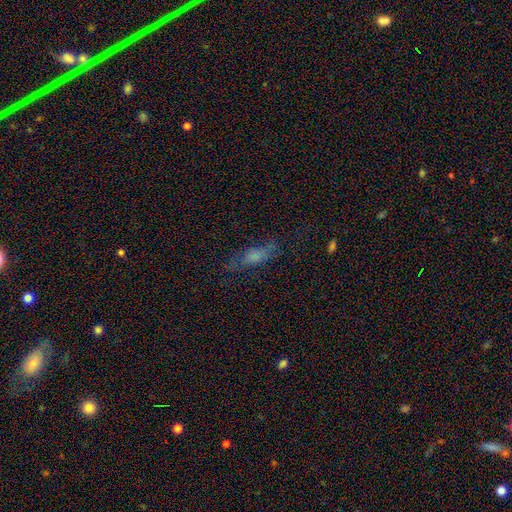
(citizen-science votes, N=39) smooth-or-featured: smooth: 62% | featured or disk: 38% | star or artifact: 0%
  how-rounded: cigar-shaped: 58% | in between: 42% | round: 0%
  merging: none: 62% | minor disturbance: 21% | major disturbance: 10% | merger: 8%